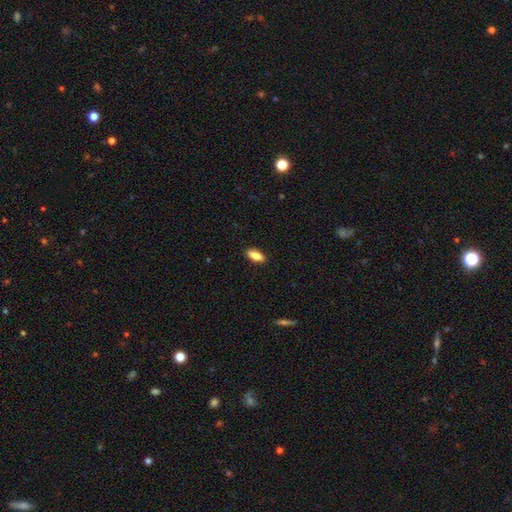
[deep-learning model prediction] Smooth or featured: smooth — 86% (featured or disk — 8%)
How rounded: in between — 75% (cigar-shaped — 23%)
Merging: none — 88% (minor disturbance — 9%)